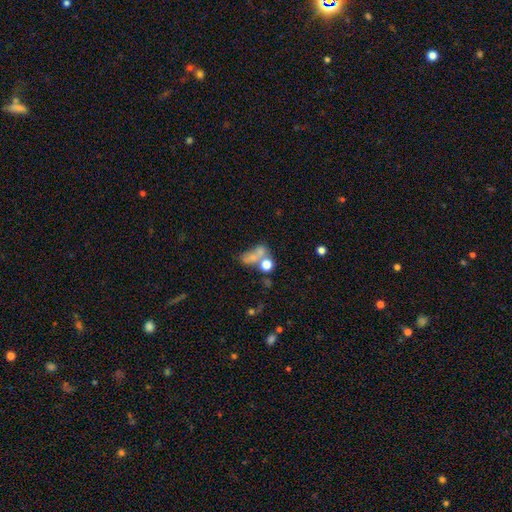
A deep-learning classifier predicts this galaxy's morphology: Overall: smooth (57%; featured or disk 25%). How rounded: in between (57%; round 38%). Merging: merger (50%; none 25%).